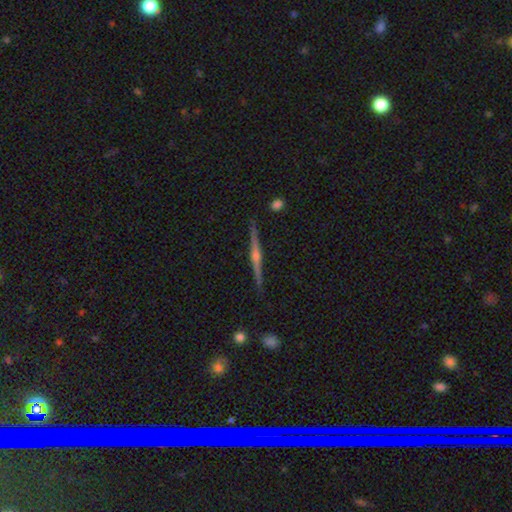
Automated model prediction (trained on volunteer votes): Q: Smooth or featured?
A: featured or disk (81%); runner-up: smooth (13%)
Q: Edge-on disk?
A: yes (98%); runner-up: no (2%)
Q: Edge-on bulge?
A: rounded (88%); runner-up: boxy (6%)
Q: Merging?
A: none (90%); runner-up: minor disturbance (7%)